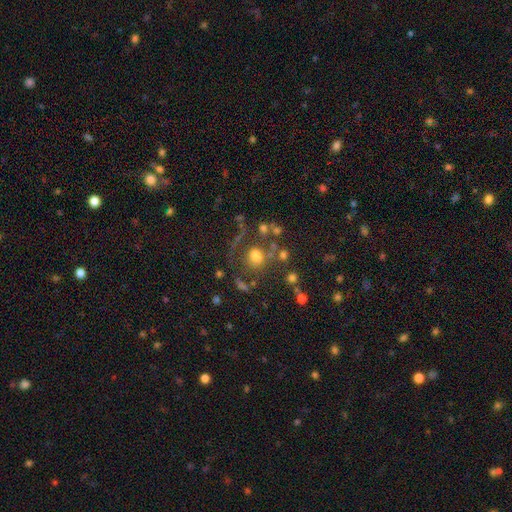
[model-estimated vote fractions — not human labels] The model was most divided on "smooth or featured": smooth: 63%, star or artifact: 21%, featured or disk: 16%. More confident: how rounded — round (77%); merging — none (58%).